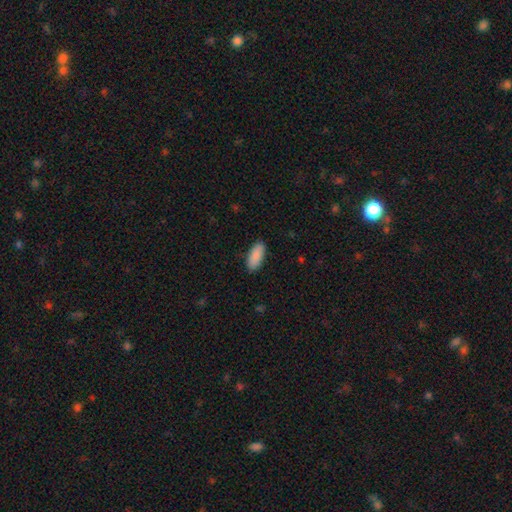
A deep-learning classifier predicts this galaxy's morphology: smooth_or_featured: smooth (p=0.90) [alt: star or artifact p=0.06]
how_rounded: in between (p=0.84) [alt: cigar-shaped p=0.14]
merging: none (p=0.88) [alt: minor disturbance p=0.09]